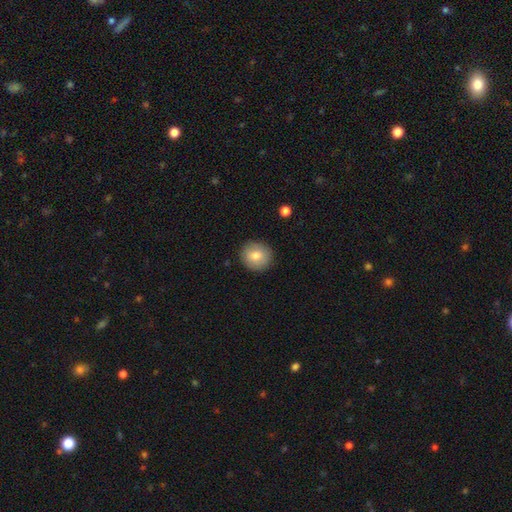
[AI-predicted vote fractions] smooth 79%, featured or disk 13%, star or artifact 8%. Down the decision tree: how rounded — round (89%); merging — none (90%).